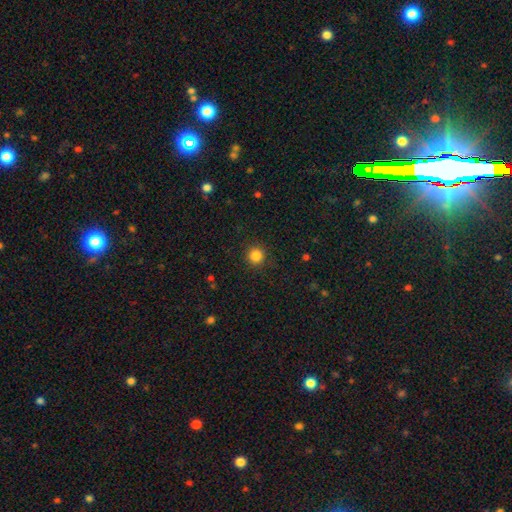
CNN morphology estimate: Smooth or featured?
  - smooth: 85% *
  - star or artifact: 12%
  - featured or disk: 4%
How rounded?
  - round: 94% *
  - in between: 5%
  - cigar-shaped: 1%
Merging?
  - none: 91% *
  - minor disturbance: 6%
  - major disturbance: 2%
  - merger: 1%